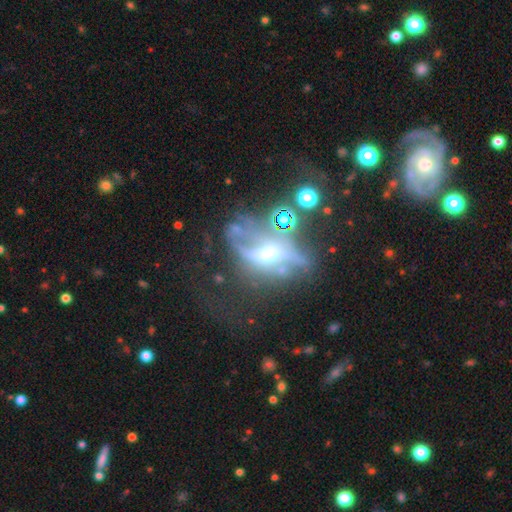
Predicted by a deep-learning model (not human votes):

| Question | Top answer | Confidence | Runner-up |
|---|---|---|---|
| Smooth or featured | featured or disk | 67% | star or artifact (17%) |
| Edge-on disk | no | 69% | yes (31%) |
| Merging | none | 39% | major disturbance (29%) |